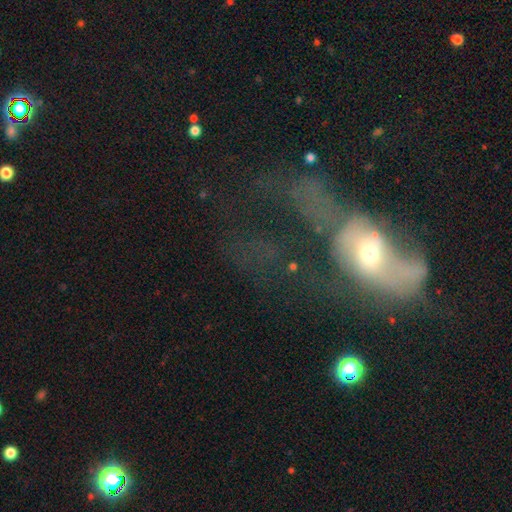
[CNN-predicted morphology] A featured or disk galaxy (45%). Merging: major disturbance (54%).